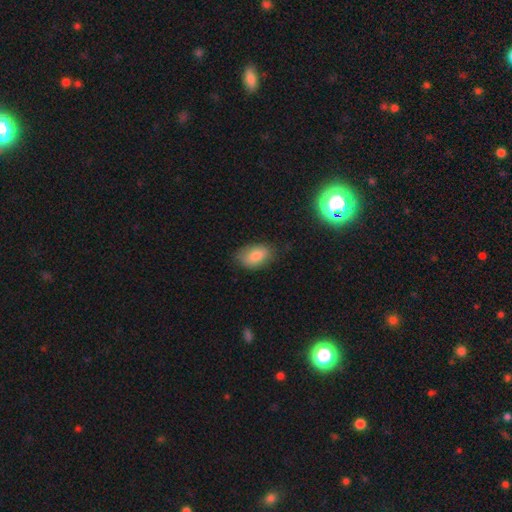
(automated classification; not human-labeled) Smooth or featured?
  - smooth: 83% *
  - featured or disk: 9%
  - star or artifact: 8%
How rounded?
  - in between: 90% *
  - round: 8%
  - cigar-shaped: 2%
Merging?
  - none: 75% *
  - minor disturbance: 20%
  - major disturbance: 4%
  - merger: 1%